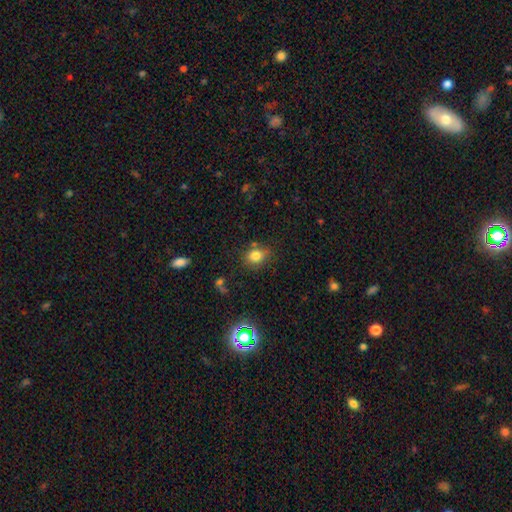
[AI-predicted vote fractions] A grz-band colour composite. It shows a smooth galaxy with no disk features (79%) that is in between round and cigar-shaped (50%). Merging: none (74%).